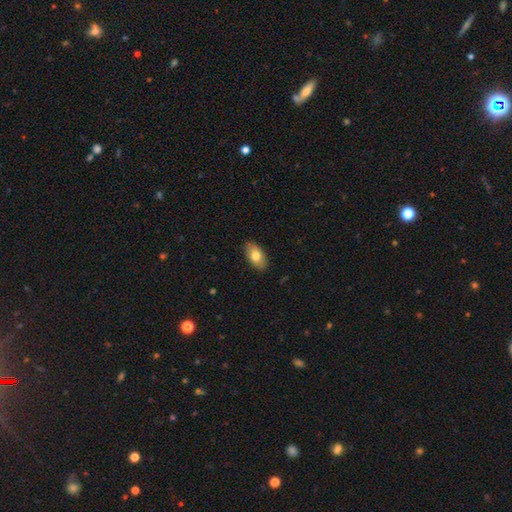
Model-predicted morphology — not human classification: smooth 76%, featured or disk 18%, star or artifact 6%. Down the decision tree: how rounded — in between (93%); merging — none (86%).